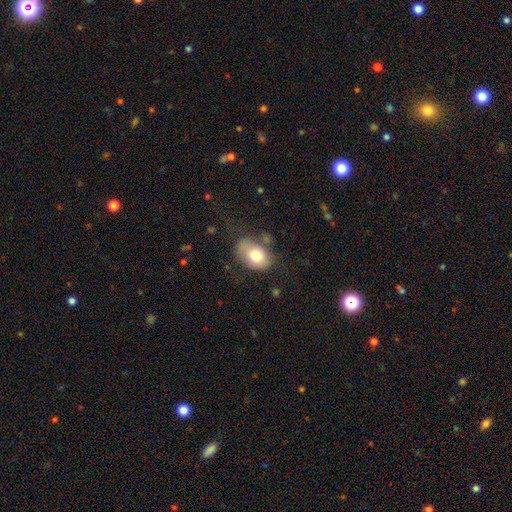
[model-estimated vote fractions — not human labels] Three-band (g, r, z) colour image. It shows a smooth galaxy with no disk features (75%) that is in between round and cigar-shaped (77%). Merging: none (58%).